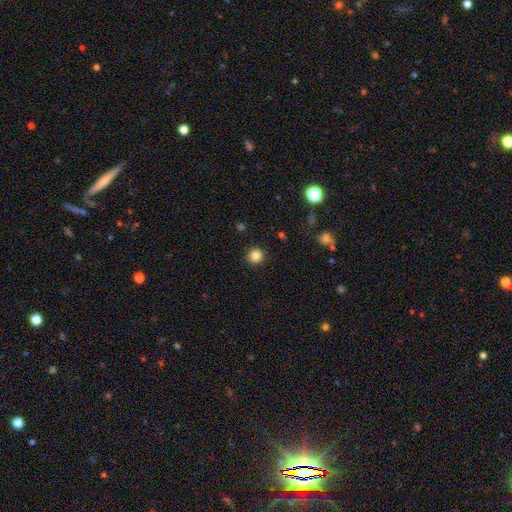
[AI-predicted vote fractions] smooth 84%, star or artifact 11%, featured or disk 4%. Down the decision tree: how rounded — round (92%); merging — none (91%).